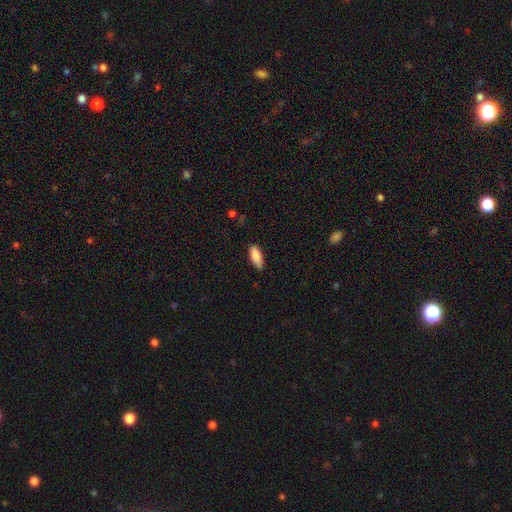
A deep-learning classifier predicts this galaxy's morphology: This is clearly a smooth galaxy (88%). How rounded: likely in between (77%). Merging: clearly none (80%).